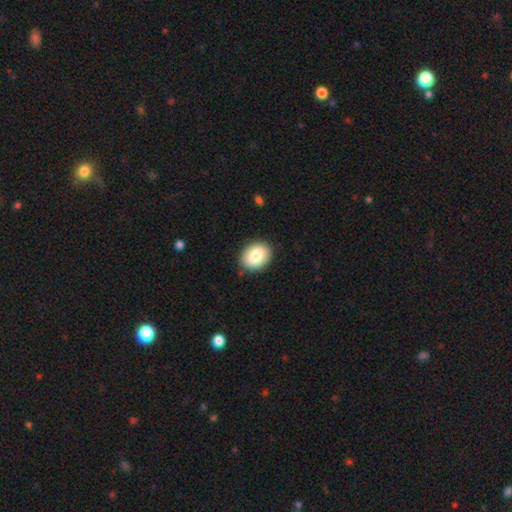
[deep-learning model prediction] This is clearly a smooth galaxy (82%). How rounded: likely in between (62%). Merging: clearly none (88%).